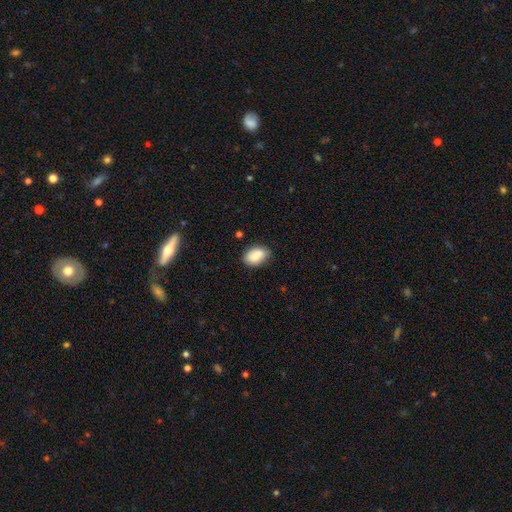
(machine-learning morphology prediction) Q: Smooth or featured?
A: smooth (78%); runner-up: featured or disk (14%)
Q: How rounded?
A: in between (86%); runner-up: round (12%)
Q: Merging?
A: none (79%); runner-up: minor disturbance (17%)